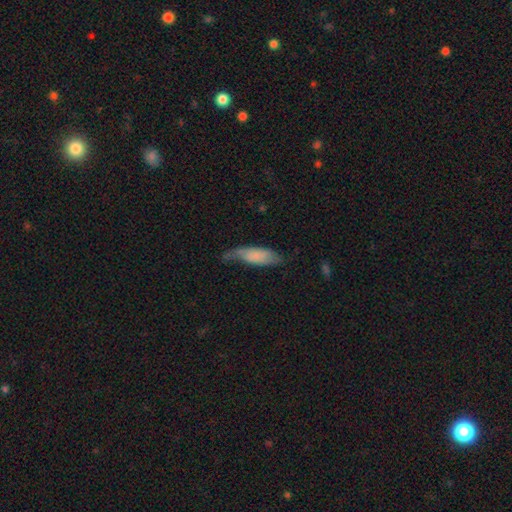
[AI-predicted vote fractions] The model was most divided on "merging": none: 41%, minor disturbance: 37%, major disturbance: 20%, merger: 3%. More confident: smooth or featured — smooth (67%); how rounded — in between (59%).